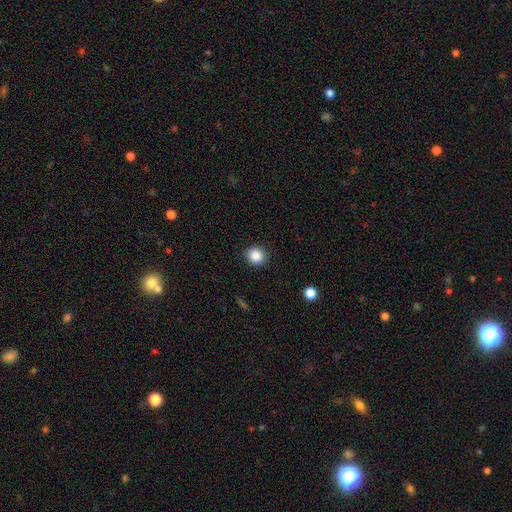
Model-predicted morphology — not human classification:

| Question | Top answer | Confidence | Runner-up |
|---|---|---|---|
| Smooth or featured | smooth | 87% | star or artifact (10%) |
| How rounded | round | 87% | in between (12%) |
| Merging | none | 90% | minor disturbance (6%) |